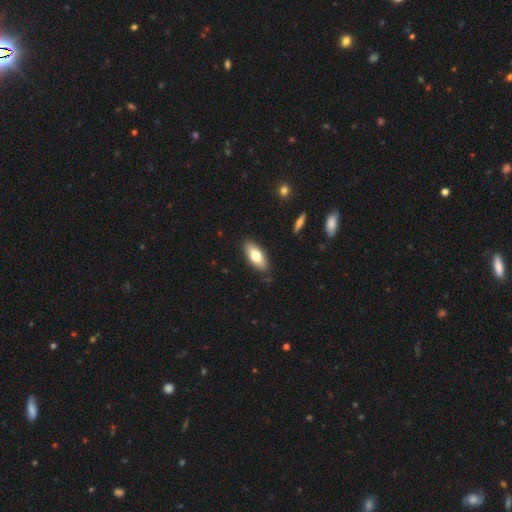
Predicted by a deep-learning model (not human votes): This appears to be a smooth galaxy with no disk features (73%) that is in between round and cigar-shaped (81%). Merging: none (85%).